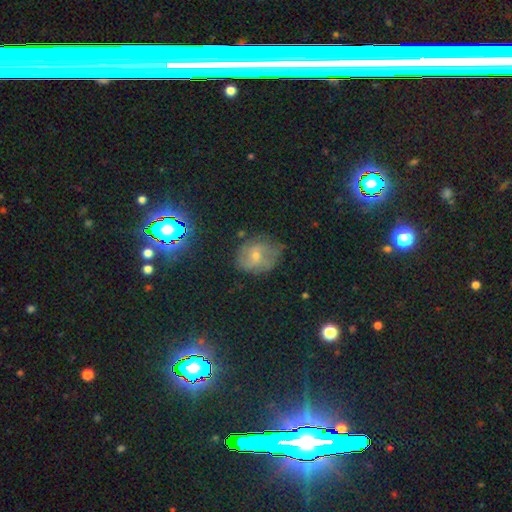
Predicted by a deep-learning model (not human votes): A featured or disk galaxy (37%).

Vote fractions:
- Smooth or featured? featured or disk: 37% / smooth: 35% / star or artifact: 28%
- Merging? none: 63% / minor disturbance: 24% / major disturbance: 10% / merger: 2%